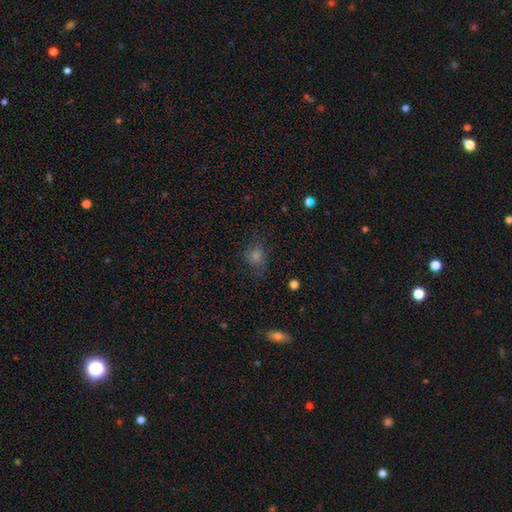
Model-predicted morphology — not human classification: Smooth or featured? smooth (51%)
How rounded? round (64%)
Merging? none (64%)